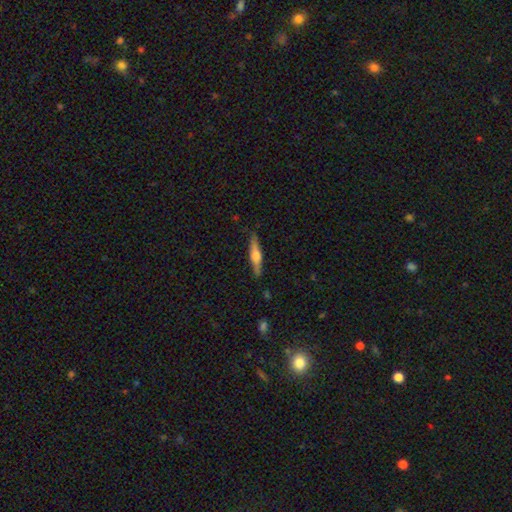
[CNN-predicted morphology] Overall: featured or disk (56%; smooth 38%). Edge-on disk: yes (96%). Edge-on bulge: rounded (87%). Merging: none (86%).